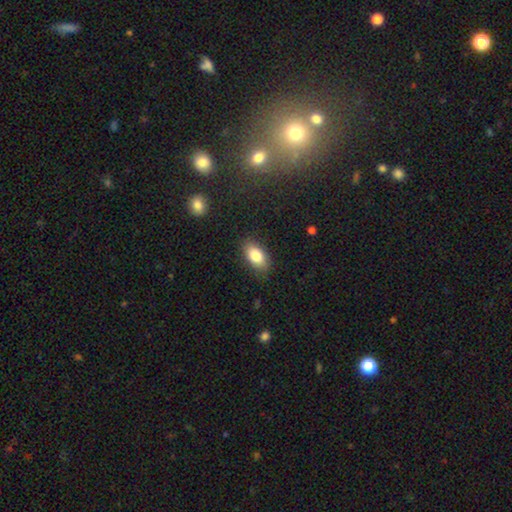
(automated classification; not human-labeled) Smooth or featured?
  - smooth: 81% *
  - featured or disk: 11%
  - star or artifact: 8%
How rounded?
  - in between: 91% *
  - round: 6%
  - cigar-shaped: 4%
Merging?
  - none: 85% *
  - minor disturbance: 11%
  - major disturbance: 3%
  - merger: 1%